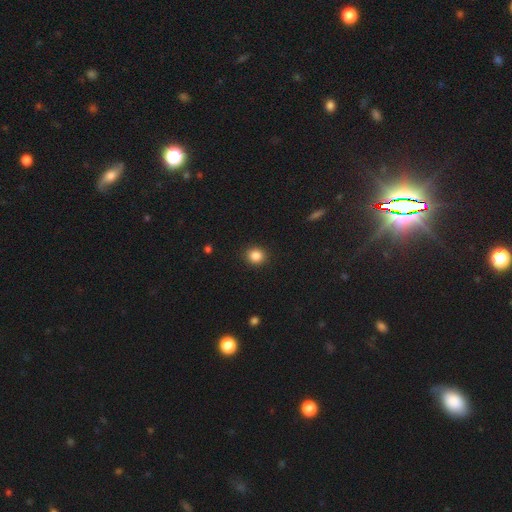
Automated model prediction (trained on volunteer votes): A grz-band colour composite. It shows a smooth galaxy with no disk features (85%) that is round (83%). Merging: none (91%).